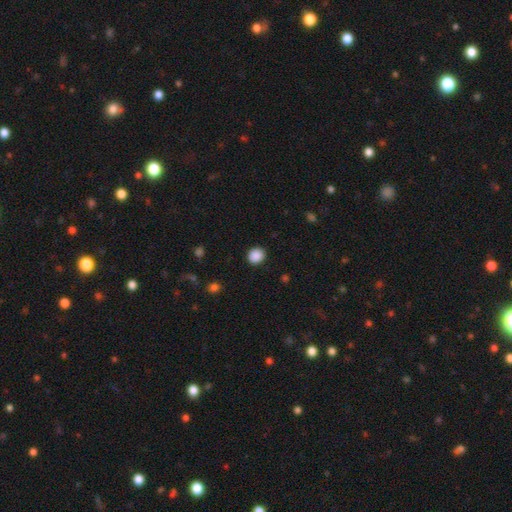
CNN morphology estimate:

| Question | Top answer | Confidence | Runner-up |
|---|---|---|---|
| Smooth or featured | smooth | 89% | star or artifact (9%) |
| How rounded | round | 76% | in between (23%) |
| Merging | none | 90% | minor disturbance (7%) |